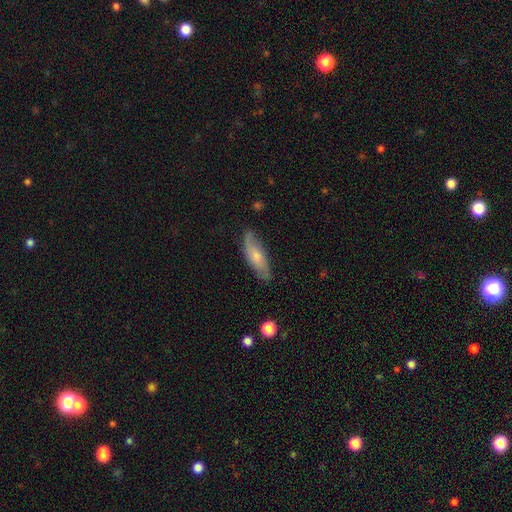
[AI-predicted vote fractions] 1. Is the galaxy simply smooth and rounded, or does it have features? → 54% smooth, 40% featured or disk, 7% star or artifact.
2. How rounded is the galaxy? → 54% in between, 44% cigar-shaped, 2% round.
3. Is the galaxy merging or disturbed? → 75% none, 19% minor disturbance, 4% major disturbance, 1% merger.